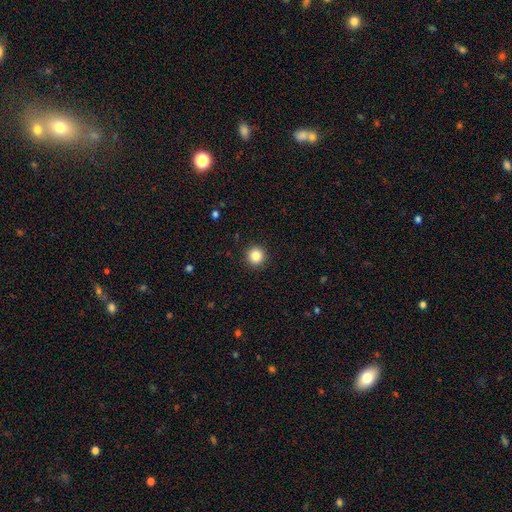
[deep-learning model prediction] A smooth galaxy with no disk features (86%) that is round (95%). Merging: none (92%).